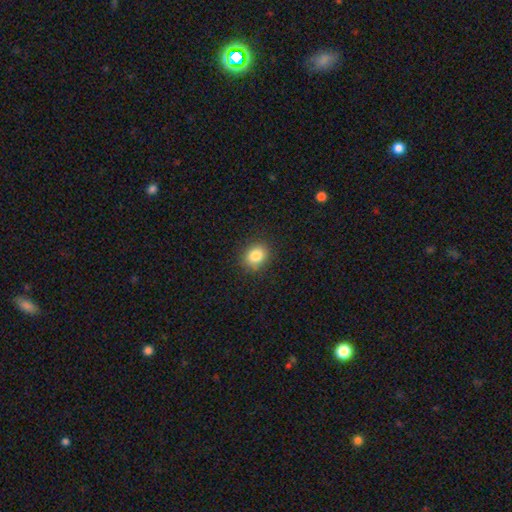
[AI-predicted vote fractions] This is clearly a smooth galaxy (84%). How rounded: likely round (64%). Merging: clearly none (89%).